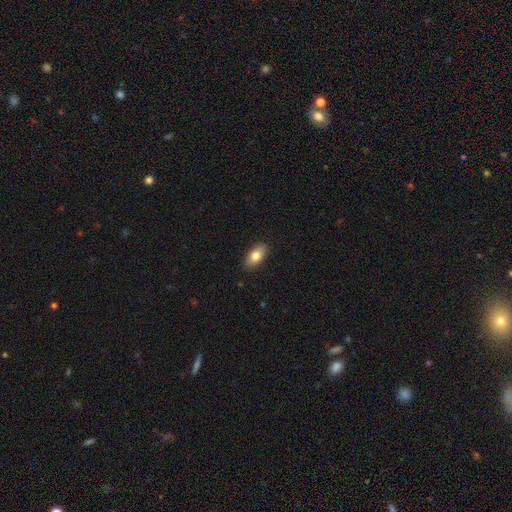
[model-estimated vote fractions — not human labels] Smooth or featured: smooth — 80% (featured or disk — 13%)
How rounded: in between — 89% (cigar-shaped — 7%)
Merging: none — 89% (minor disturbance — 8%)